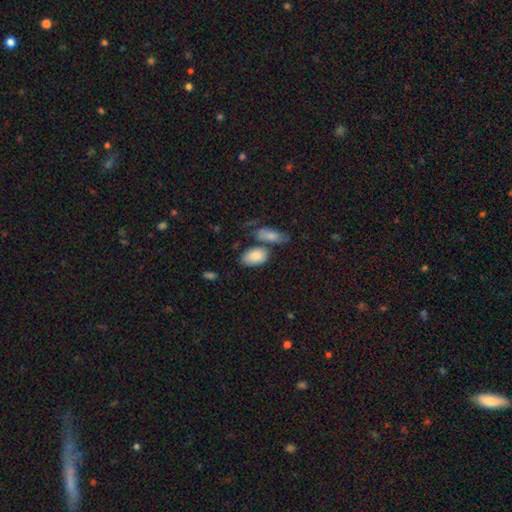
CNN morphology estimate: This appears to be a smooth galaxy with no disk features (83%) that is in between round and cigar-shaped (91%). Merging: none (56%).